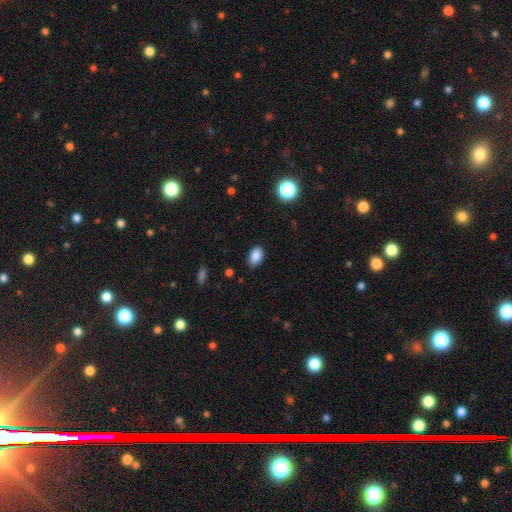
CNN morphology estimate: This appears to be a smooth galaxy with no disk features (86%) that is in between round and cigar-shaped (90%). Merging: none (86%).